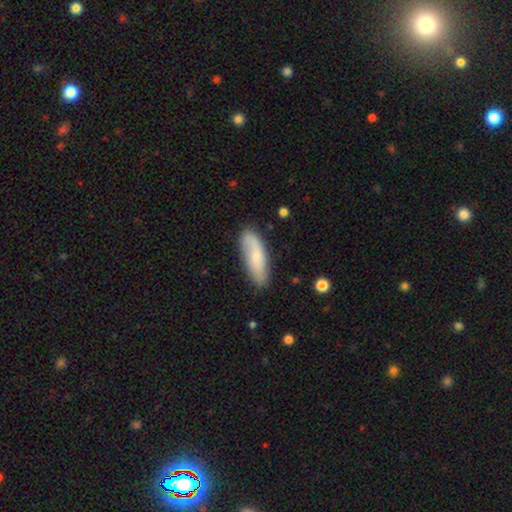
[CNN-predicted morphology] smooth_or_featured: smooth (p=0.55) [alt: featured or disk p=0.40]
how_rounded: in between (p=0.60) [alt: cigar-shaped p=0.37]
merging: none (p=0.79) [alt: minor disturbance p=0.16]